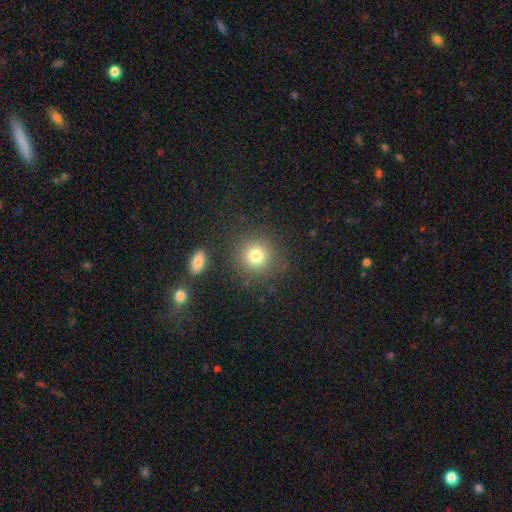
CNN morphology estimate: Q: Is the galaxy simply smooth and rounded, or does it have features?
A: smooth — 78%.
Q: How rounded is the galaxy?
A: round — 90%.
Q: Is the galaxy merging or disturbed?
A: none — 84%.